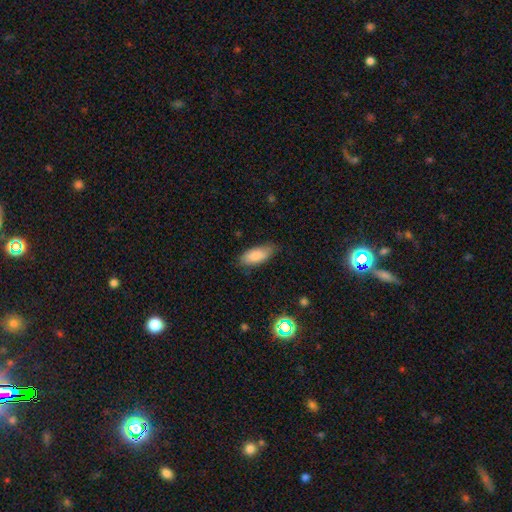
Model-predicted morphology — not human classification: A smooth galaxy with no disk features (85%) that is in between round and cigar-shaped (84%).

Vote fractions:
- Smooth or featured? smooth: 85% / featured or disk: 8% / star or artifact: 7%
- How rounded? in between: 84% / cigar-shaped: 14% / round: 2%
- Merging? none: 73% / minor disturbance: 22% / major disturbance: 4% / merger: 1%